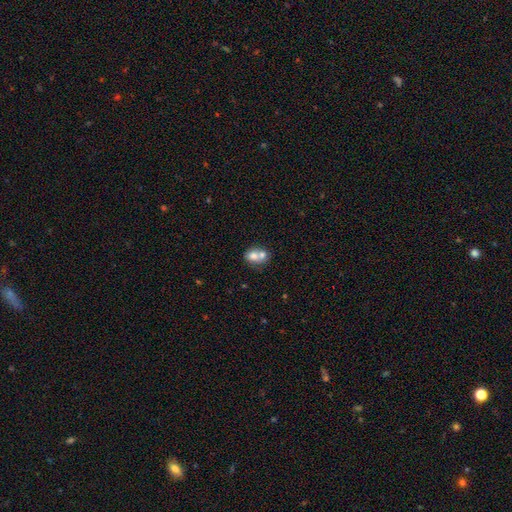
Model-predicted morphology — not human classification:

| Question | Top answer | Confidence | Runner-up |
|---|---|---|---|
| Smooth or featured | smooth | 69% | featured or disk (22%) |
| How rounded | round | 57% | in between (42%) |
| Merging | merger | 65% | none (25%) |